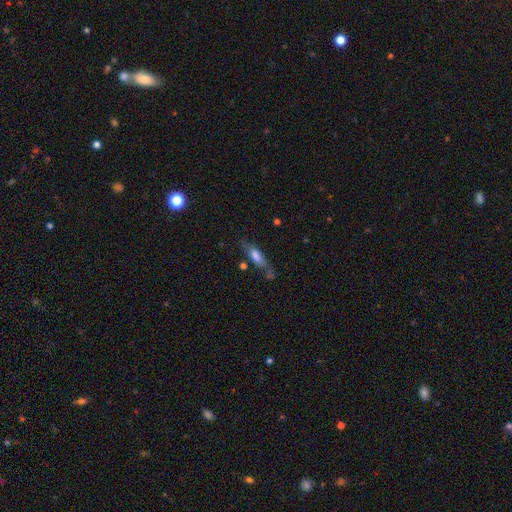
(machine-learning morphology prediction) Smooth or featured?
  - smooth: 59% *
  - featured or disk: 33%
  - star or artifact: 8%
How rounded?
  - cigar-shaped: 50% *
  - in between: 47%
  - round: 3%
Merging?
  - none: 58% *
  - minor disturbance: 22%
  - merger: 10%
  - major disturbance: 9%